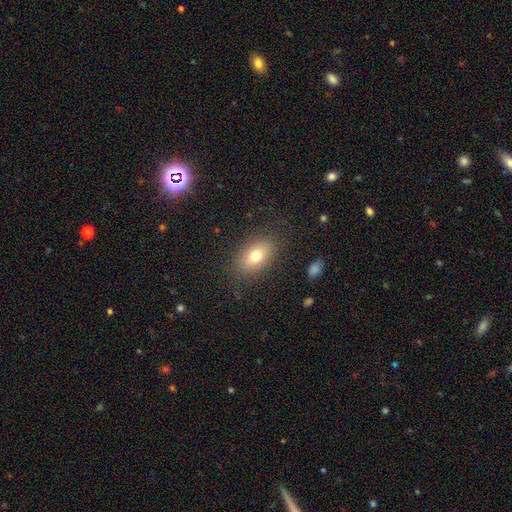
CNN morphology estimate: Smooth or featured? Predicted: smooth (p=0.74). How rounded? Predicted: in between (p=0.85). Merging? Predicted: none (p=0.83).